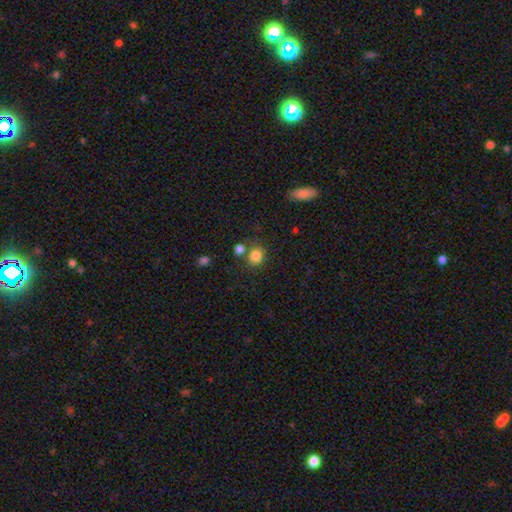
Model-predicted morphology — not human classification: smooth_or_featured: smooth (p=0.83) [alt: star or artifact p=0.11]
how_rounded: round (p=0.70) [alt: in between p=0.29]
merging: none (p=0.66) [alt: merger p=0.18]